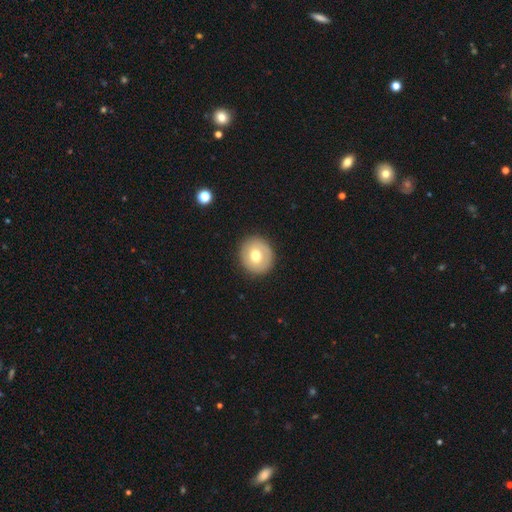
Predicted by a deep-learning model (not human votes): The model was most divided on "smooth or featured": smooth: 64%, featured or disk: 29%, star or artifact: 7%. More confident: merging — none (89%); how rounded — round (87%).